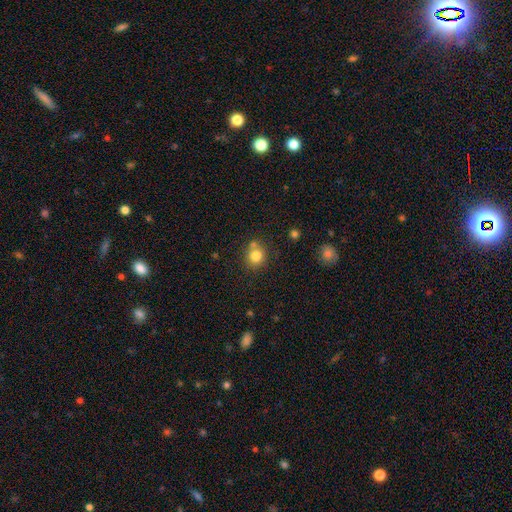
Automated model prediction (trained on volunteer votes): smooth 80%, star or artifact 11%, featured or disk 8%. Down the decision tree: how rounded — round (82%); merging — none (65%).